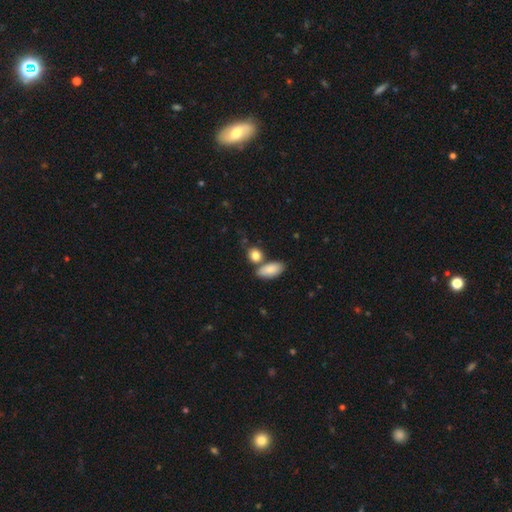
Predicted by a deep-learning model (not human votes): Q: Smooth or featured?
A: smooth (85%); runner-up: star or artifact (7%)
Q: How rounded?
A: in between (56%); runner-up: round (40%)
Q: Merging?
A: none (59%); runner-up: merger (25%)